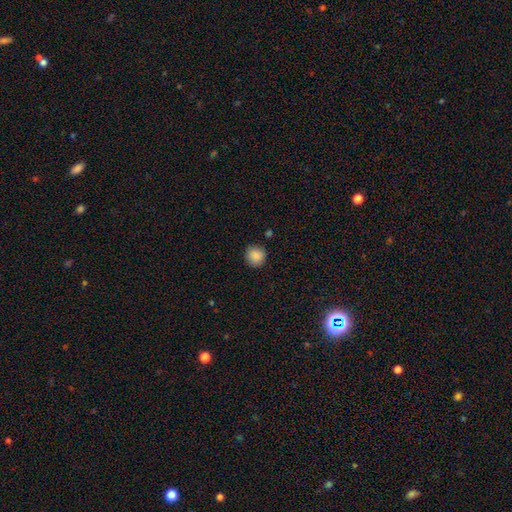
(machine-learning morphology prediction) This appears to be a smooth galaxy with no disk features (88%) that is round (92%). Merging: none (89%).